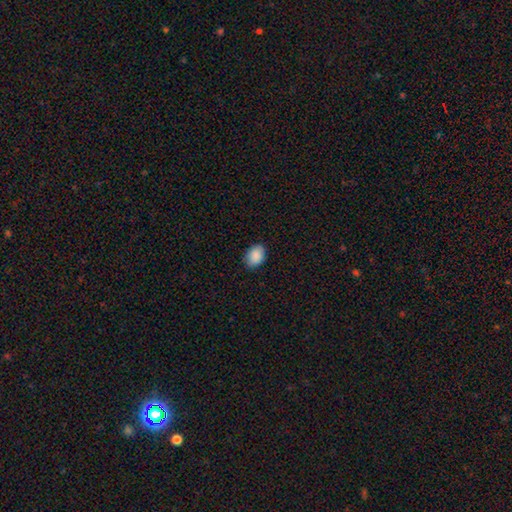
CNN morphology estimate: Overall: smooth (90%). How rounded: in between (78%). Merging: none (86%).